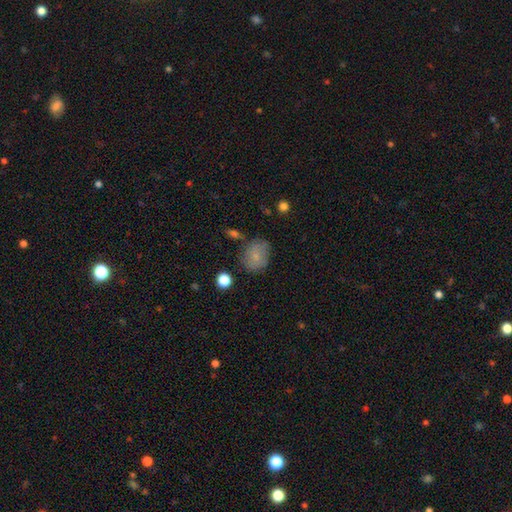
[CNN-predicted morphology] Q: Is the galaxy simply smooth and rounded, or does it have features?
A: smooth — 76%.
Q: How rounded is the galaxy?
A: round — 55%.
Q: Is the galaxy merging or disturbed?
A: none — 68%.